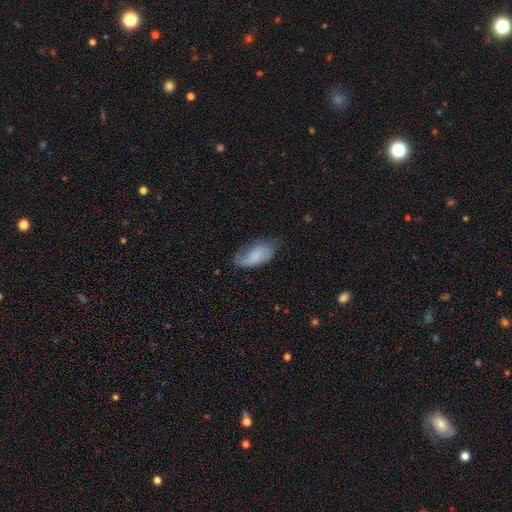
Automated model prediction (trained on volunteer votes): This is likely a smooth galaxy (71%). How rounded: clearly in between (93%). Merging: possibly none (53%).